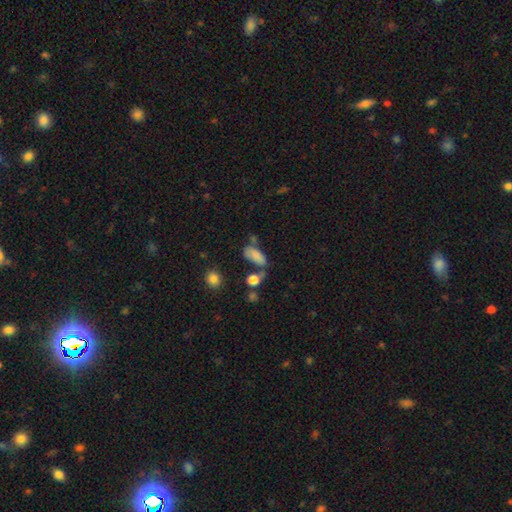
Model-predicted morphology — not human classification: Smooth or featured? Predicted: smooth (p=0.79). How rounded? Predicted: in between (p=0.83). Merging? Predicted: none (p=0.44).